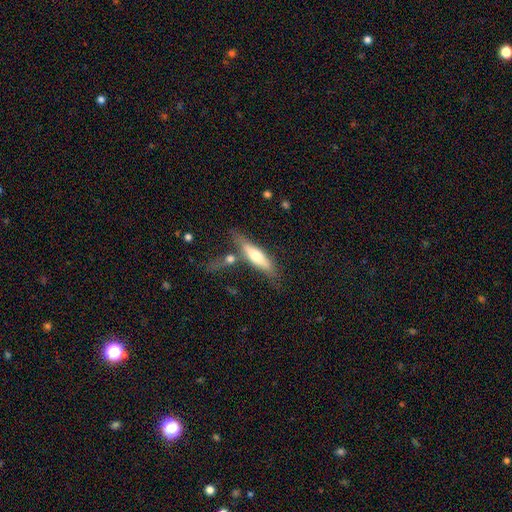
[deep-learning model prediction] The model was most divided on "smooth or featured": smooth: 54%, featured or disk: 40%, star or artifact: 6%. More confident: how rounded — cigar-shaped (70%); merging — none (61%).